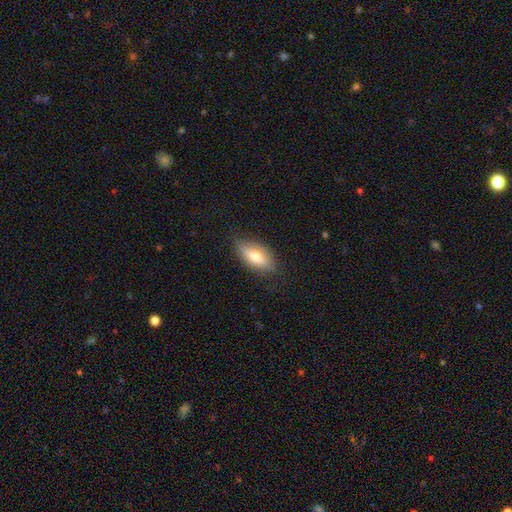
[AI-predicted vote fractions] Smooth or featured?
  - smooth: 65% *
  - featured or disk: 28%
  - star or artifact: 7%
How rounded?
  - in between: 77% *
  - cigar-shaped: 20%
  - round: 3%
Merging?
  - none: 80% *
  - minor disturbance: 15%
  - major disturbance: 3%
  - merger: 1%